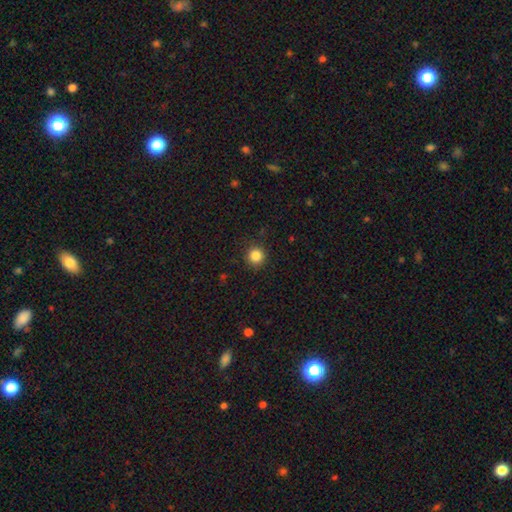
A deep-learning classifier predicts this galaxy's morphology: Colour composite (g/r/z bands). It shows a smooth galaxy with no disk features (85%) that is round (94%). Merging: none (91%).